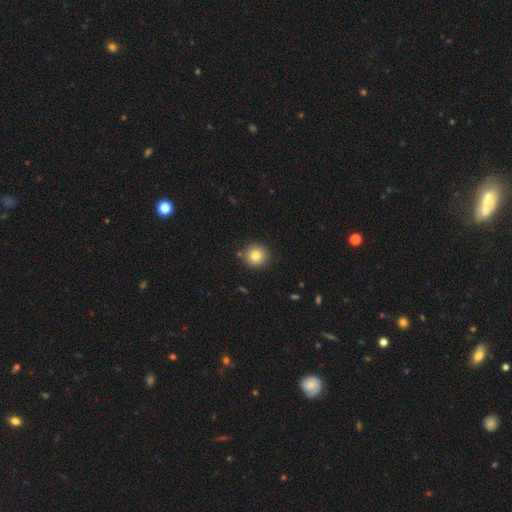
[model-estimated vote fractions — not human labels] The model was most divided on "smooth or featured": smooth: 80%, star or artifact: 11%, featured or disk: 9%. More confident: how rounded — round (95%); merging — none (88%).